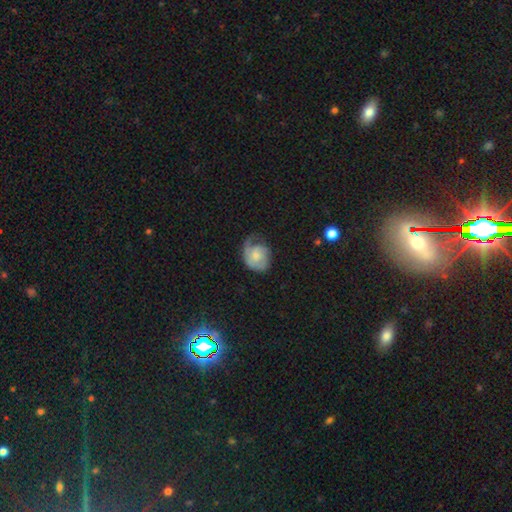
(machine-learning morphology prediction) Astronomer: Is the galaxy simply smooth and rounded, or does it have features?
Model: featured or disk — 60%.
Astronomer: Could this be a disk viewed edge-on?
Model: no — 97%.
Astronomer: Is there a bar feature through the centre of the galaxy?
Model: no — 73%.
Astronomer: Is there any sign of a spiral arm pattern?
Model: yes — 87%.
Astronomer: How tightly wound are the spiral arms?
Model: tight — 45% (runner-up: medium, 34%).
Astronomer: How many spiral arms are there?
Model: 1 — 56%.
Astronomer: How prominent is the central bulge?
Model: moderate — 42% (runner-up: small, 41%).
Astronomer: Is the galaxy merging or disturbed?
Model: none — 44% (runner-up: minor disturbance, 29%).